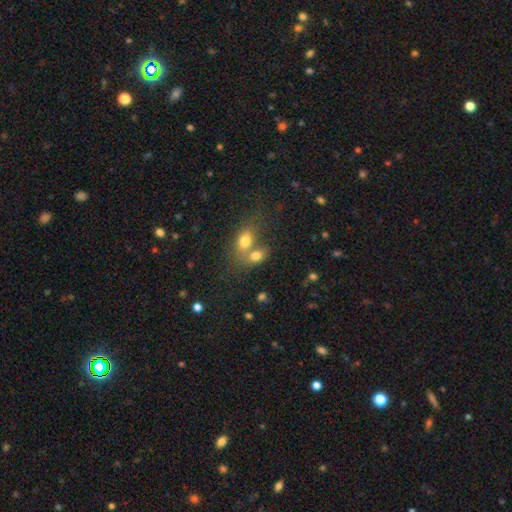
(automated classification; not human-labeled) Overall: smooth (76%). How rounded: in between (74%). Merging: merger (60%; none 28%).